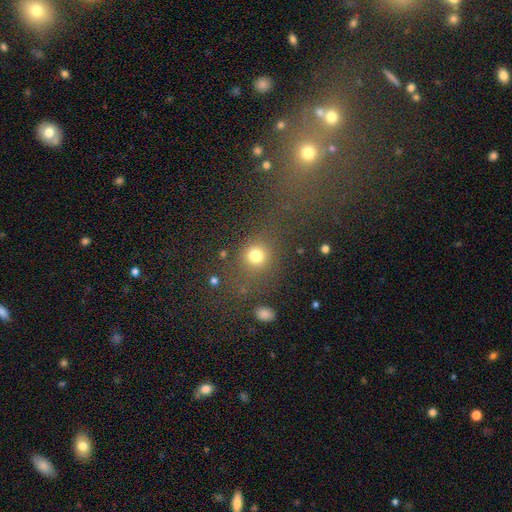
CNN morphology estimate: This appears to be a smooth galaxy with no disk features (75%) that is round (79%). Merging: none (62%).